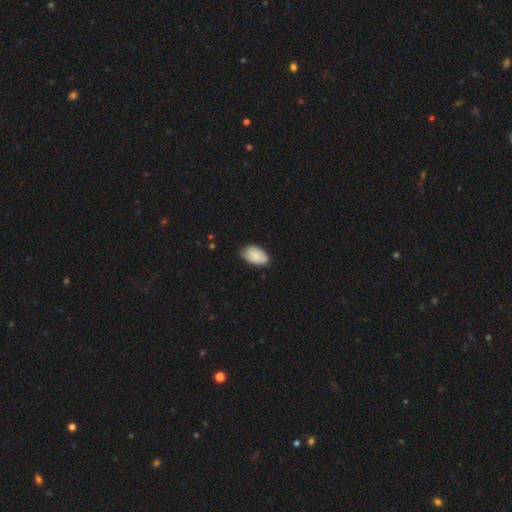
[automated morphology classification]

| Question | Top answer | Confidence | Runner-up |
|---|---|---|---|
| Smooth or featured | smooth | 81% | featured or disk (12%) |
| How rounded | in between | 93% | round (5%) |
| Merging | none | 75% | minor disturbance (22%) |